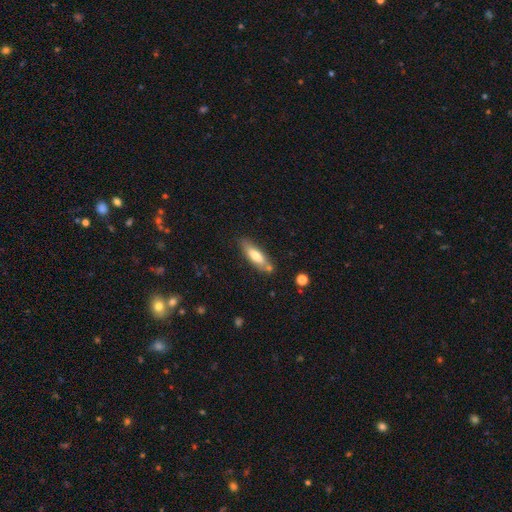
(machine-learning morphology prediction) smooth 68%, featured or disk 25%, star or artifact 6%. Down the decision tree: how rounded — cigar-shaped (53%); merging — none (72%).